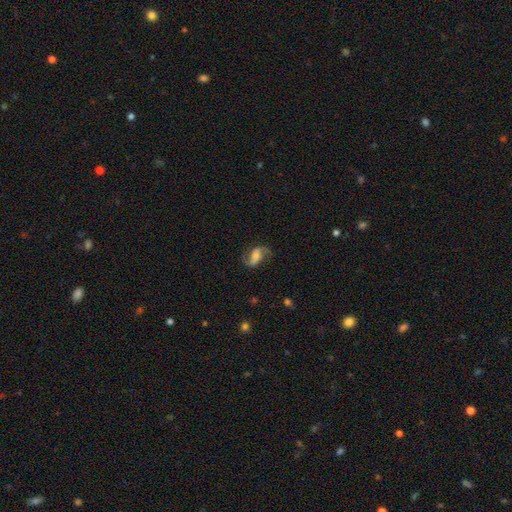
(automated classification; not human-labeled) This appears to be a featured or disk galaxy (81%) with a weak bar (40%), 2 (92%) loose (55%) spiral arms (95%) and a moderate central bulge (47%). Merging: none (76%).